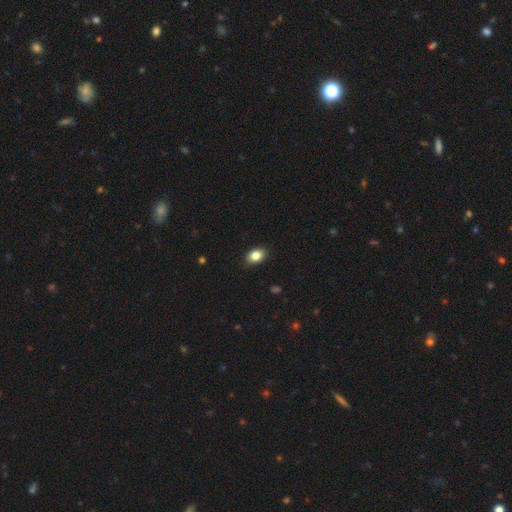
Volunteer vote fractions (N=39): A smooth galaxy with no disk features (87%) that is in between round and cigar-shaped (76%).

Vote fractions:
- Smooth or featured? smooth: 87% / star or artifact: 8% / featured or disk: 5%
- How rounded? in between: 76% / round: 24% / cigar-shaped: 0%
- Merging? none: 83% / minor disturbance: 8% / major disturbance: 8% / merger: 0%